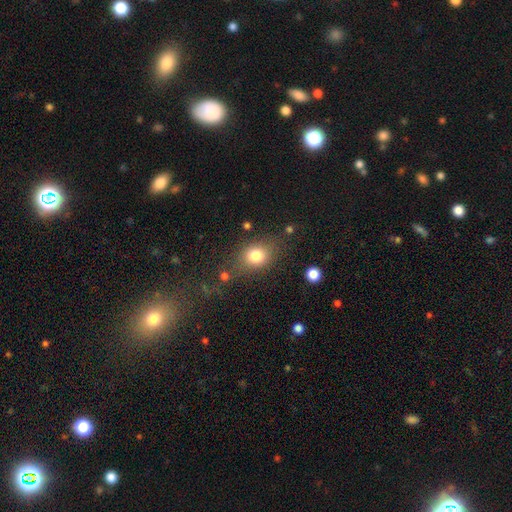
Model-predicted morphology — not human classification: smooth 79%, star or artifact 11%, featured or disk 9%. Down the decision tree: how rounded — in between (50%); merging — none (70%).